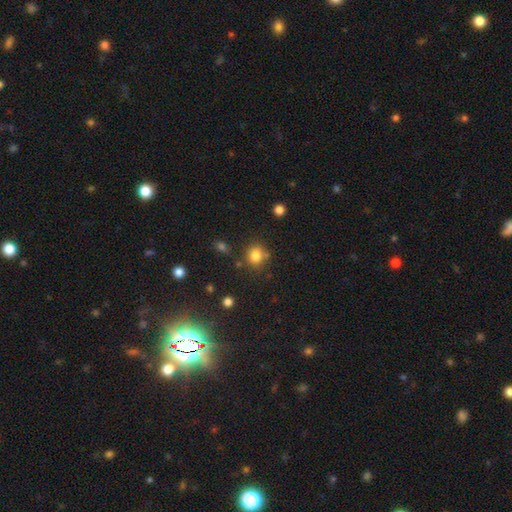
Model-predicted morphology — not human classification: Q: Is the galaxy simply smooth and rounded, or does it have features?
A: smooth — 81%.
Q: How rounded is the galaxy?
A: round — 82%.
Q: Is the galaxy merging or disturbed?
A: none — 75%.